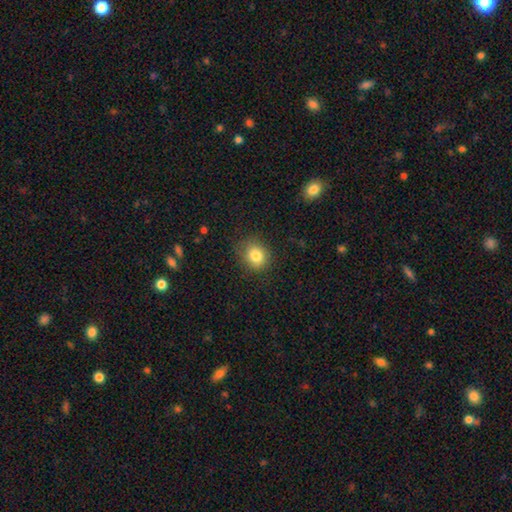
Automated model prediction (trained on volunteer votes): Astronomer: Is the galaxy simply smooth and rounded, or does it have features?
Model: smooth — 82%.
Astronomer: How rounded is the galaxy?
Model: round — 71%.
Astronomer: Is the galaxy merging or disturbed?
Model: none — 80%.